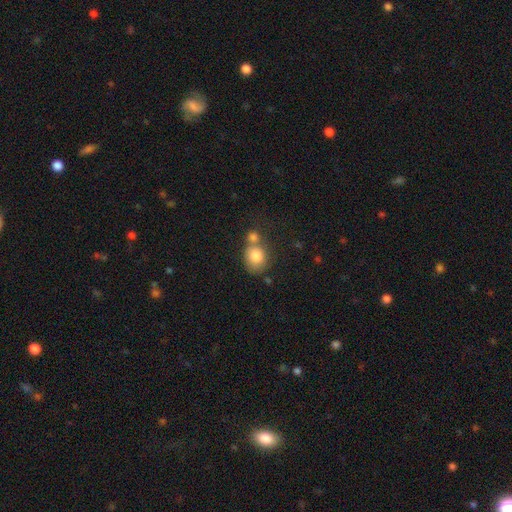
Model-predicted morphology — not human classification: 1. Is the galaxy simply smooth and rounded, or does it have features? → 80% smooth, 11% featured or disk, 9% star or artifact.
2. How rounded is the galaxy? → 65% round, 34% in between, 1% cigar-shaped.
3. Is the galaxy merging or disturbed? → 42% merger, 40% none, 13% minor disturbance, 6% major disturbance.